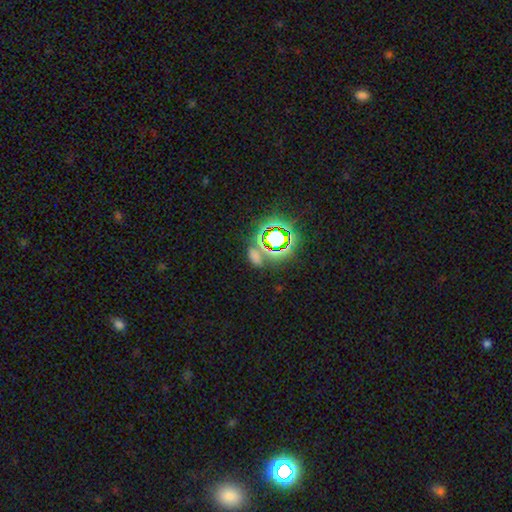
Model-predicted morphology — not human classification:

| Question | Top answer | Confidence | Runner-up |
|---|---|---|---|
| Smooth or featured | star or artifact | 51% | smooth (38%) |